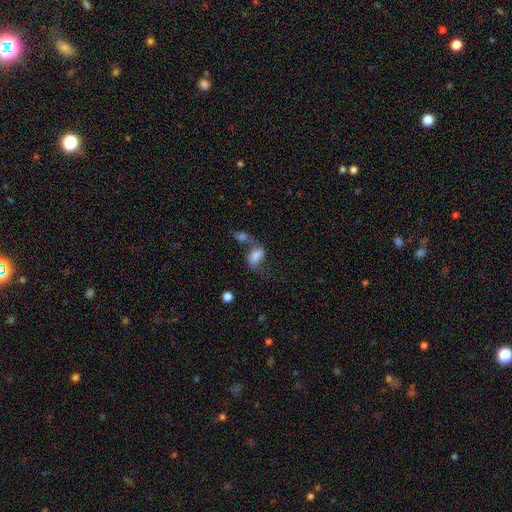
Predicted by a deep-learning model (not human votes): Smooth or featured: smooth — 67% (featured or disk — 22%)
How rounded: in between — 88% (round — 9%)
Merging: merger — 42% (none — 26%)